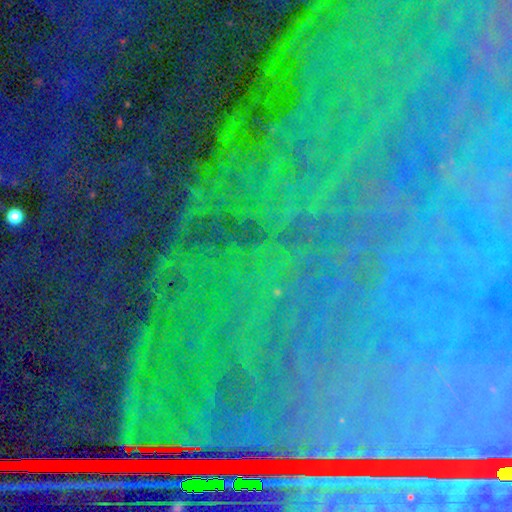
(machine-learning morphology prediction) This appears to be a star or artifact, not a galaxy (85%).